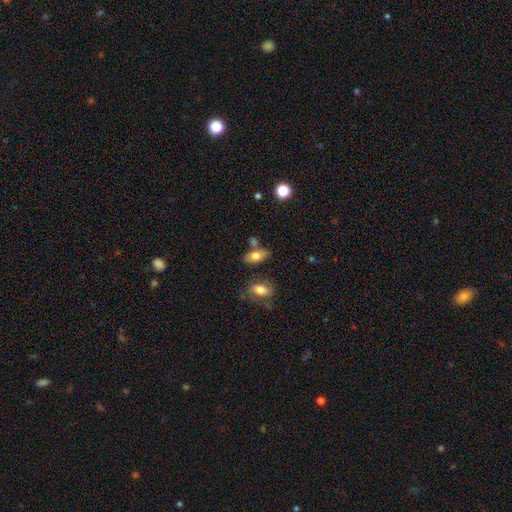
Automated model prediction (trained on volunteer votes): Smooth or featured: smooth — 75% (featured or disk — 17%)
How rounded: in between — 86% (cigar-shaped — 8%)
Merging: none — 65% (merger — 17%)